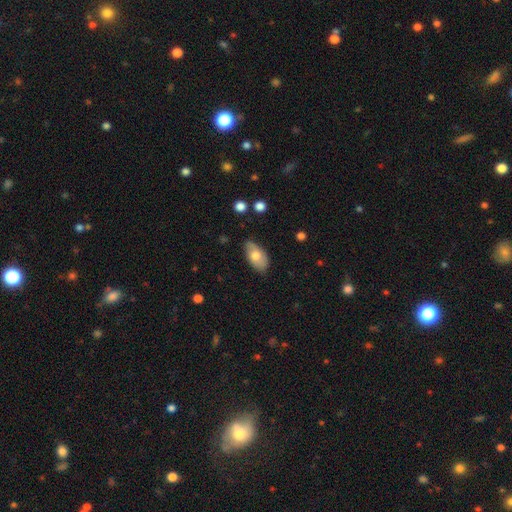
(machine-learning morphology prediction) Smooth or featured?
  - smooth: 71% *
  - featured or disk: 22%
  - star or artifact: 6%
How rounded?
  - in between: 93% *
  - round: 4%
  - cigar-shaped: 3%
Merging?
  - none: 75% *
  - minor disturbance: 20%
  - major disturbance: 3%
  - merger: 2%